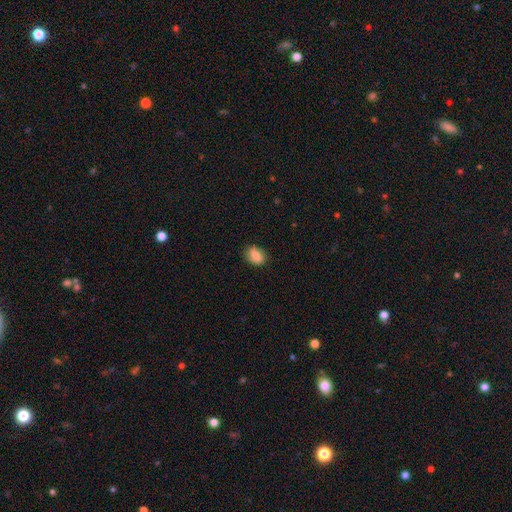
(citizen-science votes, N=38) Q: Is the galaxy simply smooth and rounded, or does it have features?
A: smooth — 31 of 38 (82%).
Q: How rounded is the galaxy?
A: in between — 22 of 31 (71%).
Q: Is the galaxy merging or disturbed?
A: none — 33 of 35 (94%).